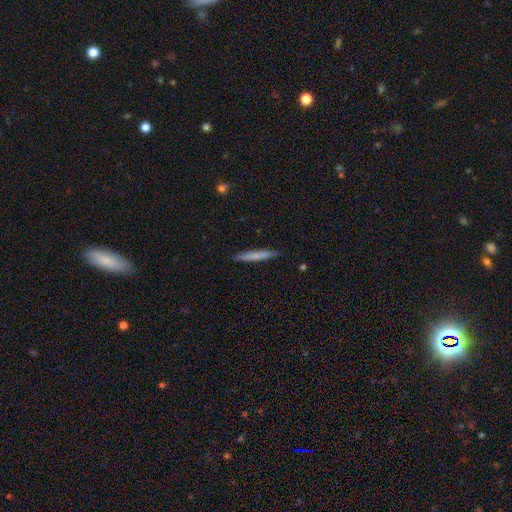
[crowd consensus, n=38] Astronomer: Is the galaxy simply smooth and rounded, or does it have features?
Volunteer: smooth — 68%.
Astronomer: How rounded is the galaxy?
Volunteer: cigar-shaped — 92%.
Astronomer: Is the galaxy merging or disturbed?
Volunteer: none — 95%.